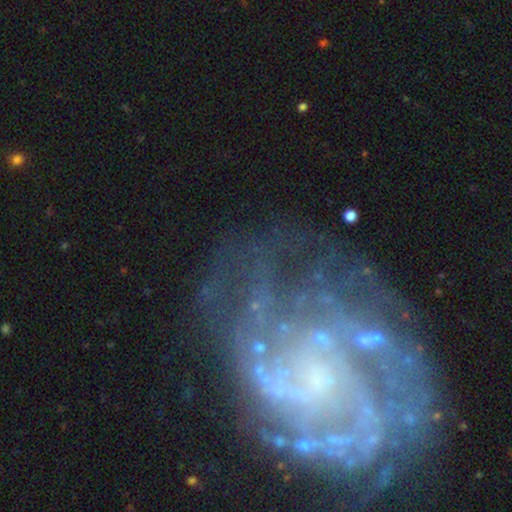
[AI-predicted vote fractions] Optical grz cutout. It shows a featured or disk galaxy (76%) with no bar (74%), tight (49%) spiral arms (74%) and a small central bulge (45%). Merging: none (54%).